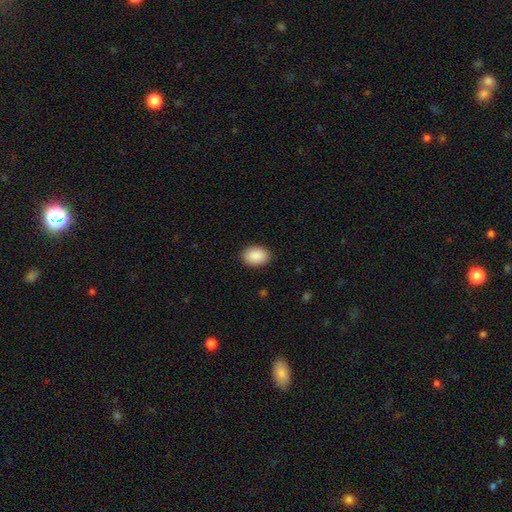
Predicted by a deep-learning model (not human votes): A smooth galaxy with no disk features (91%) that is in between round and cigar-shaped (82%). Merging: none (89%).